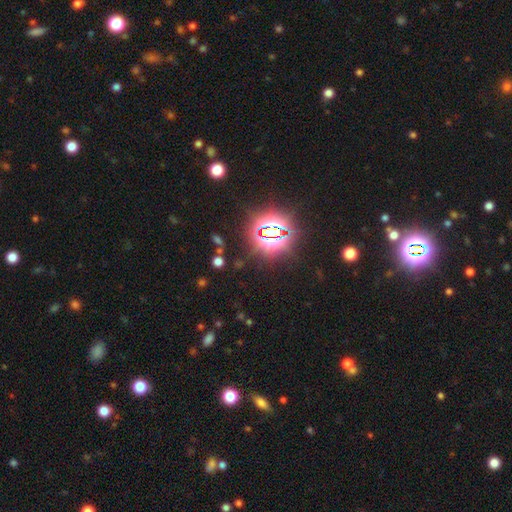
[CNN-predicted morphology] Overall: star or artifact (83%).